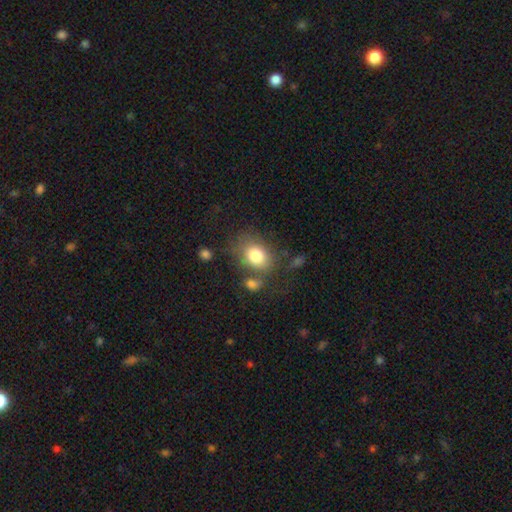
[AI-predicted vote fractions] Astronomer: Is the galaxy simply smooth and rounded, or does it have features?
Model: smooth — 80%.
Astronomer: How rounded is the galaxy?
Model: in between — 58% (runner-up: round, 41%).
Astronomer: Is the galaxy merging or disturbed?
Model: none — 60%.